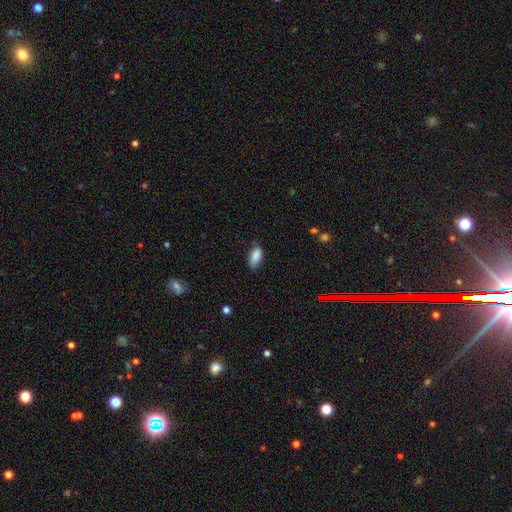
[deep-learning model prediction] Smooth or featured: smooth — 86% (star or artifact — 7%)
How rounded: in between — 90% (cigar-shaped — 7%)
Merging: none — 68% (minor disturbance — 26%)